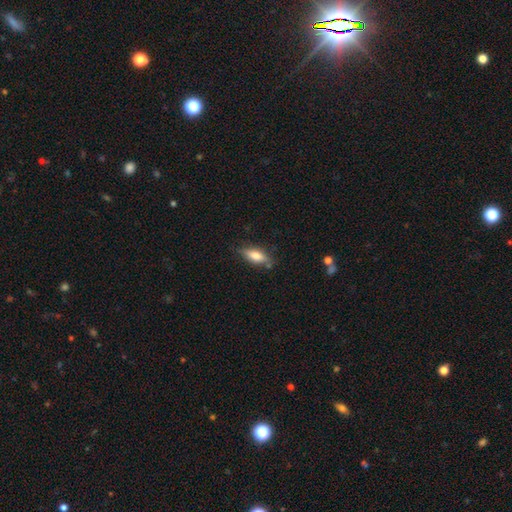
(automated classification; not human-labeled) Smooth or featured: smooth — 69% (featured or disk — 24%)
How rounded: in between — 64% (cigar-shaped — 33%)
Merging: none — 75% (minor disturbance — 18%)